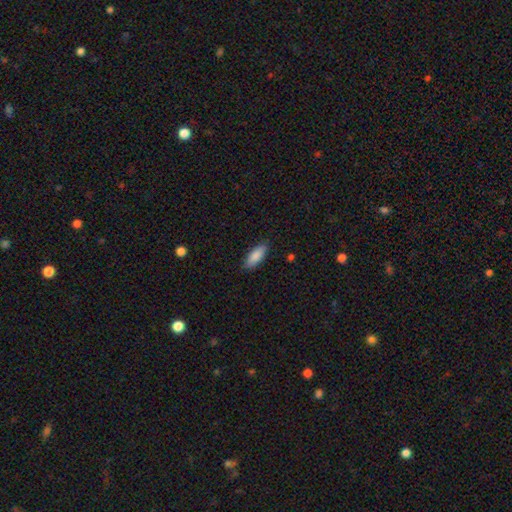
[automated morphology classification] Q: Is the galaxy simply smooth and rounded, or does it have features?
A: smooth — 87%.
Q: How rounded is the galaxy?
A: in between — 73%.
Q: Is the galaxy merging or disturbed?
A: none — 85%.